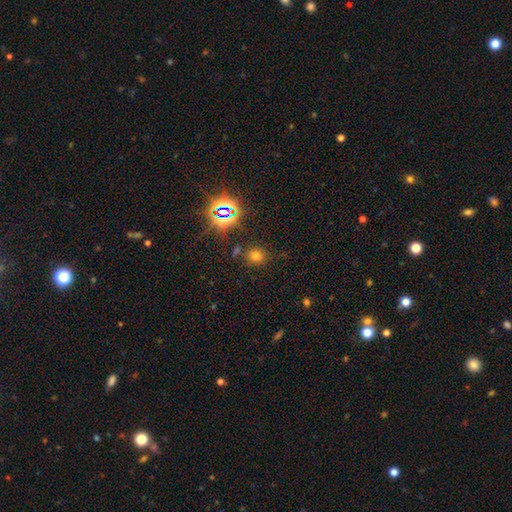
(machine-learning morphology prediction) type=smooth (64%); roundness=round (77%); merging=none (78%).